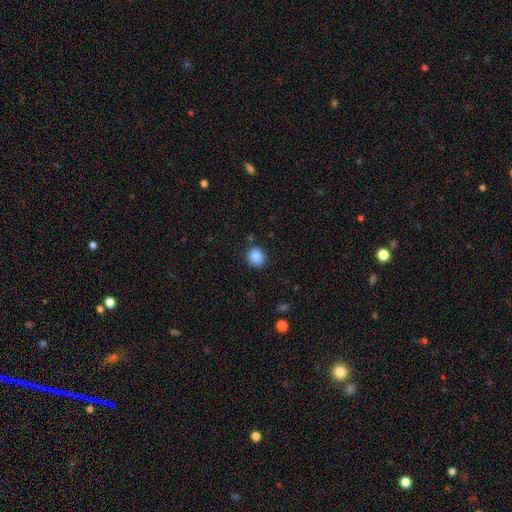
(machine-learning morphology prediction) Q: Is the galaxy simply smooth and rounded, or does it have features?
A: smooth — 87%.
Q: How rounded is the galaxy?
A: round — 75%.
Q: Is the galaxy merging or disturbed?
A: none — 83%.